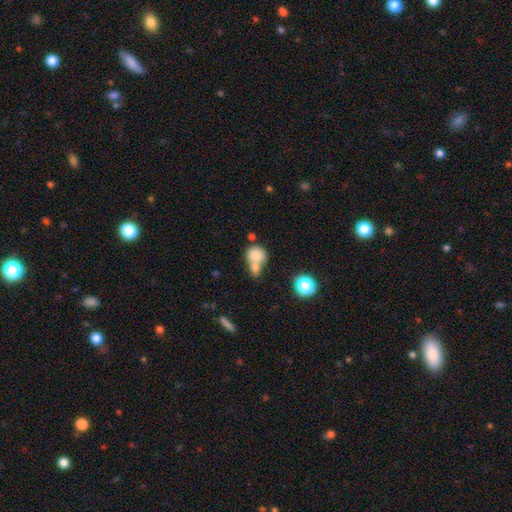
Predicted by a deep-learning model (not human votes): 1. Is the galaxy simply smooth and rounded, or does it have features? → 79% smooth, 11% featured or disk, 10% star or artifact.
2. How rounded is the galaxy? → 77% round, 22% in between, 1% cigar-shaped.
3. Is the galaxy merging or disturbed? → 55% merger, 33% none, 8% minor disturbance, 4% major disturbance.